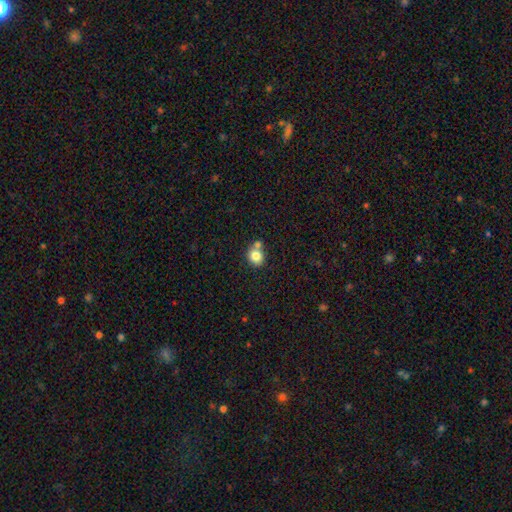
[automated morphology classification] Smooth or featured? Predicted: smooth (p=0.81). How rounded? Predicted: round (p=0.73). Merging? Predicted: none (p=0.52).